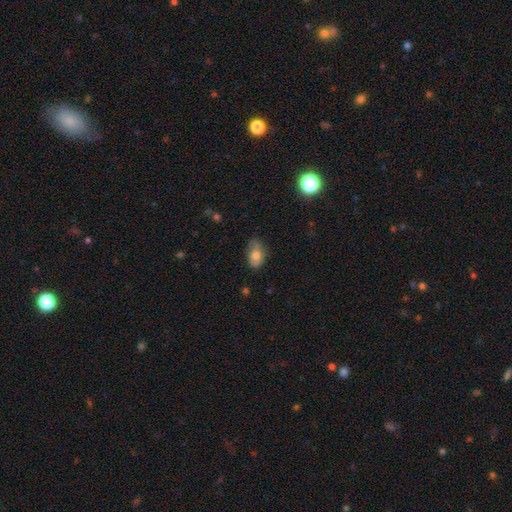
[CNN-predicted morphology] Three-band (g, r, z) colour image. It shows a smooth galaxy with no disk features (74%) that is in between round and cigar-shaped (88%). Merging: none (60%).